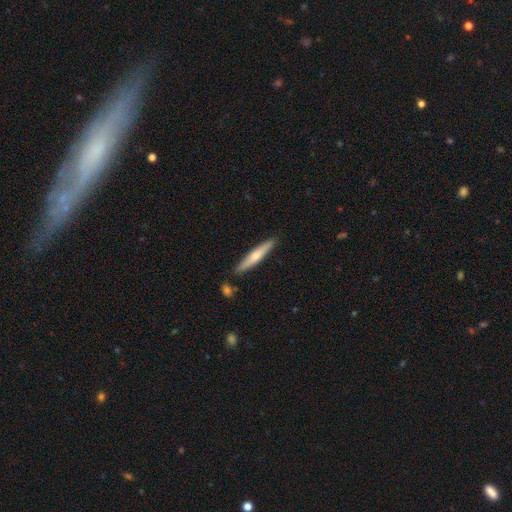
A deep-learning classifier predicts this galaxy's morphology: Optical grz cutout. It shows a smooth galaxy with no disk features (56%) that is cigar-shaped (91%). Merging: none (86%).